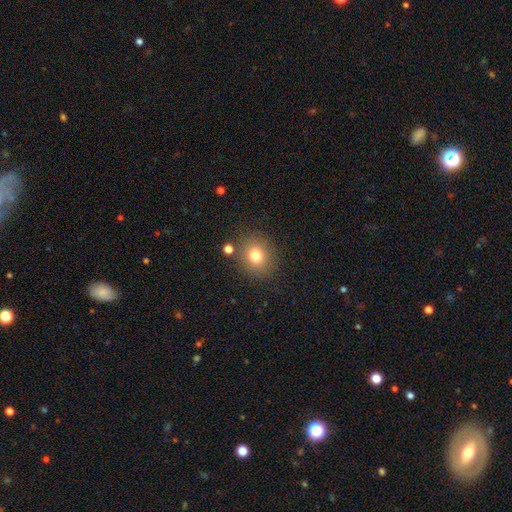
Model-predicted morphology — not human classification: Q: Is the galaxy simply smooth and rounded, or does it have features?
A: smooth — 77%.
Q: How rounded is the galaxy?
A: round — 77%.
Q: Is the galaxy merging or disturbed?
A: none — 82%.